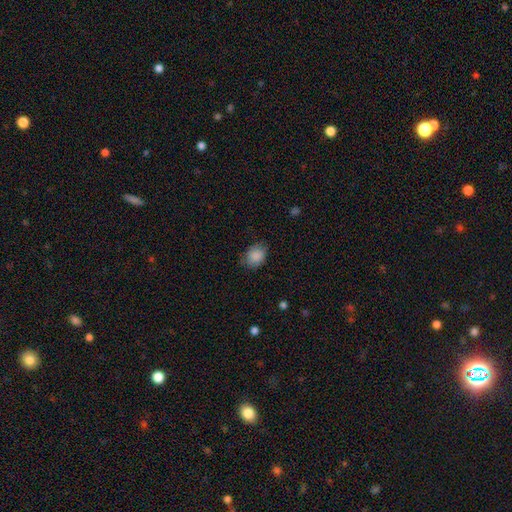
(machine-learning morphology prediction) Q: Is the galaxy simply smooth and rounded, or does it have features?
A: smooth — 87%.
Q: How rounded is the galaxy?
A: in between — 57%.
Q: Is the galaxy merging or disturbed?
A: none — 75%.